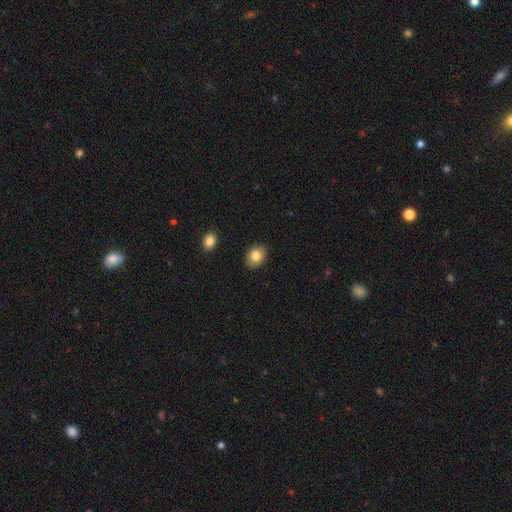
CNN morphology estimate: Overall: smooth (83%). How rounded: in between (66%; round 33%). Merging: none (89%).